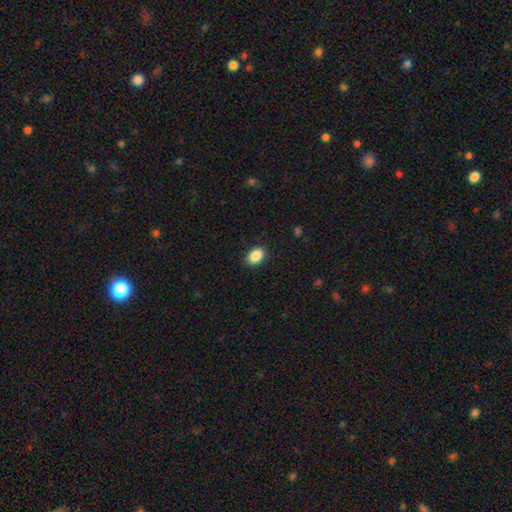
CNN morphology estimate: smooth 89%, star or artifact 8%, featured or disk 4%. Down the decision tree: how rounded — in between (82%); merging — none (89%).